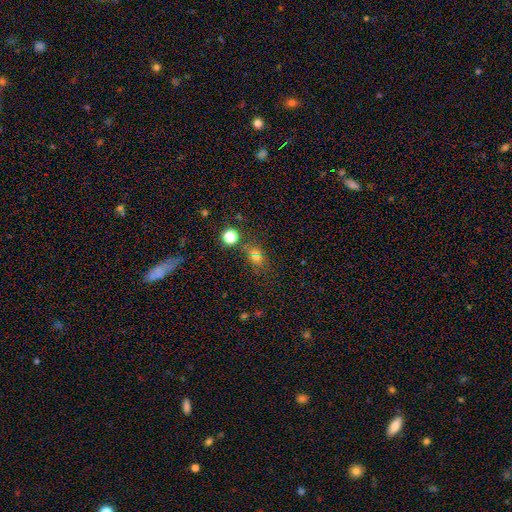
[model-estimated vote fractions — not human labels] Smooth or featured? smooth (60%)
How rounded? in between (54%)
Merging? none (72%)